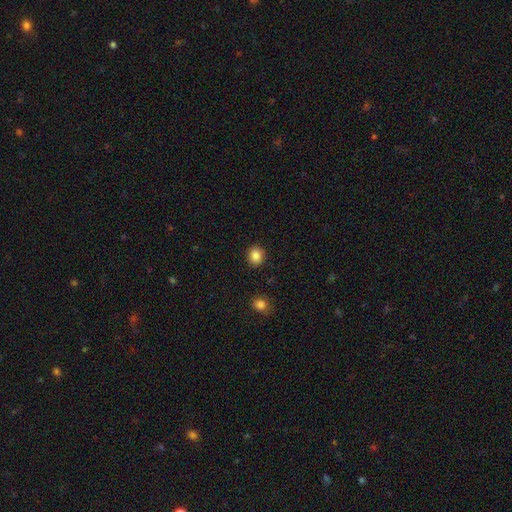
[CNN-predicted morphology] This is clearly a smooth galaxy (86%). How rounded: clearly round (81%). Merging: clearly none (90%).